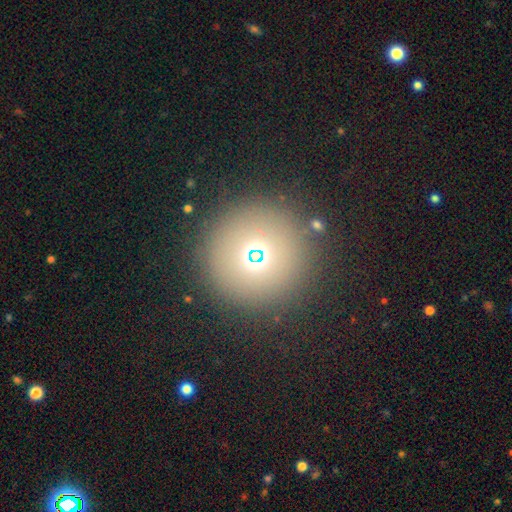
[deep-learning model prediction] Q: Smooth or featured?
A: smooth (59%); runner-up: star or artifact (28%)
Q: How rounded?
A: round (93%); runner-up: in between (6%)
Q: Merging?
A: none (87%); runner-up: minor disturbance (6%)